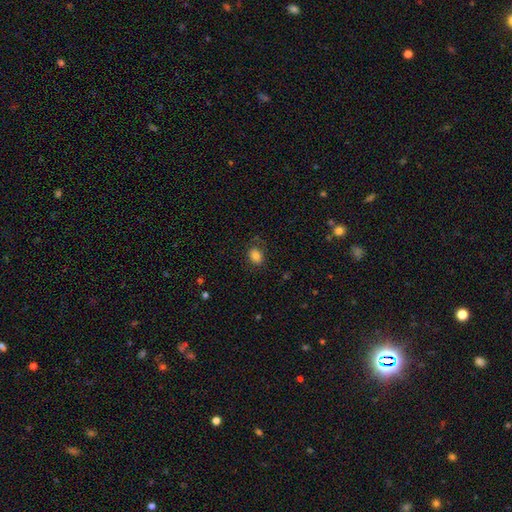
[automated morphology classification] Smooth or featured? smooth (80%)
How rounded? in between (58%)
Merging? none (77%)